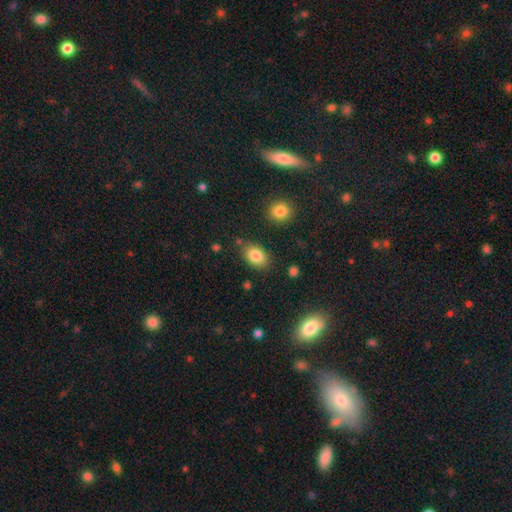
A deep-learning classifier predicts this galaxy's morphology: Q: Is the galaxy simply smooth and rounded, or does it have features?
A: smooth — 84%.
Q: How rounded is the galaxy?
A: in between — 83%.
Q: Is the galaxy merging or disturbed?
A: none — 81%.